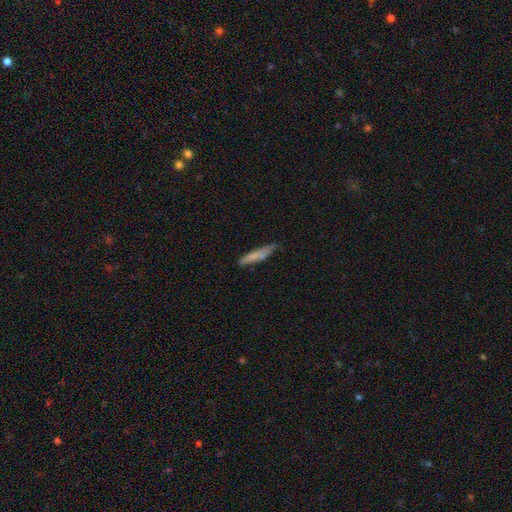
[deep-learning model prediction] Q: Smooth or featured?
A: smooth (67%); runner-up: featured or disk (26%)
Q: How rounded?
A: cigar-shaped (89%); runner-up: in between (9%)
Q: Merging?
A: none (66%); runner-up: minor disturbance (25%)